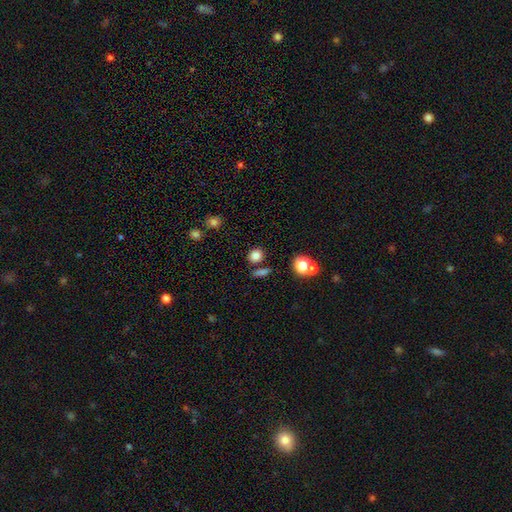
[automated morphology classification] Smooth or featured?
  - smooth: 82% *
  - star or artifact: 13%
  - featured or disk: 5%
How rounded?
  - round: 72% *
  - in between: 27%
  - cigar-shaped: 2%
Merging?
  - none: 78% *
  - merger: 9%
  - minor disturbance: 9%
  - major disturbance: 3%